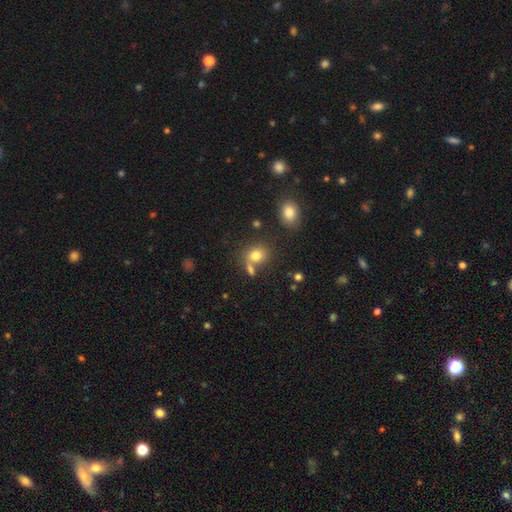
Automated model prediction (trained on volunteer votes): Smooth or featured? smooth (79%)
How rounded? round (58%)
Merging? none (59%)